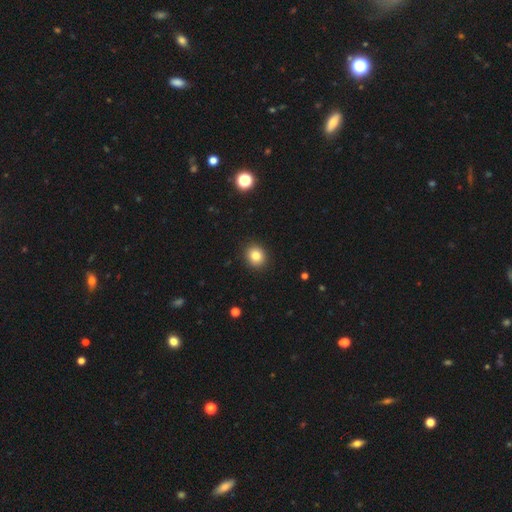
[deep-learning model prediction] Smooth or featured?
  - smooth: 82% *
  - star or artifact: 11%
  - featured or disk: 7%
How rounded?
  - round: 76% *
  - in between: 23%
  - cigar-shaped: 1%
Merging?
  - none: 91% *
  - minor disturbance: 6%
  - major disturbance: 2%
  - merger: 1%